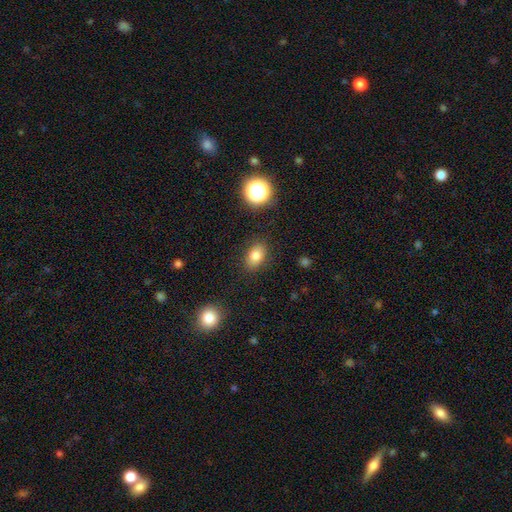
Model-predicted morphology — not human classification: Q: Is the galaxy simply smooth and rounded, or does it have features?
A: smooth — 80%.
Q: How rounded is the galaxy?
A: in between — 78%.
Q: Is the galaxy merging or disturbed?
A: none — 85%.